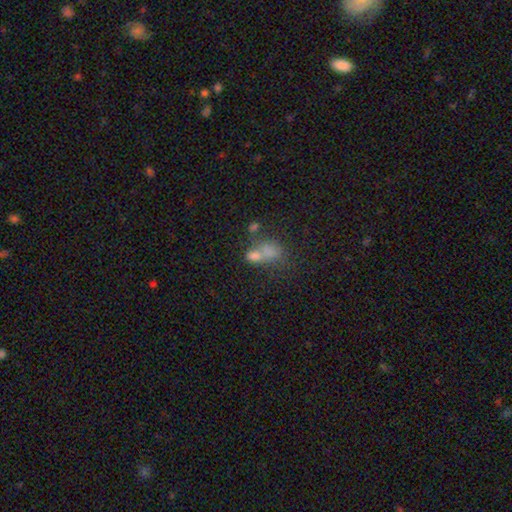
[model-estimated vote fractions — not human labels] Smooth or featured? Predicted: smooth (p=0.67). How rounded? Predicted: in between (p=0.70). Merging? Predicted: merger (p=0.57).